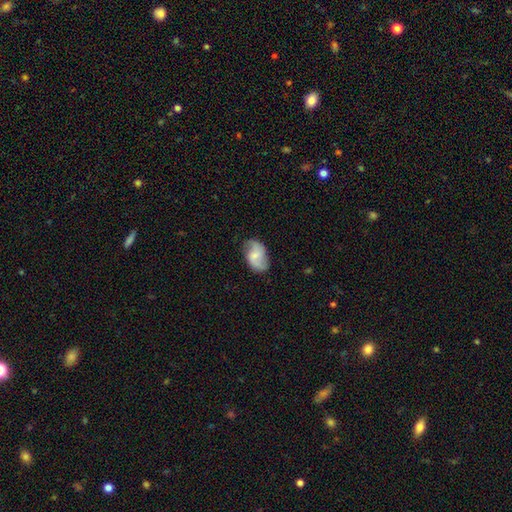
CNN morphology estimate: A featured or disk galaxy (61%) with a weak bar (46%), 2 (87%) loose (50%) spiral arms (91%) and a small central bulge (48%).

Vote fractions:
- Smooth or featured? featured or disk: 61% / smooth: 32% / star or artifact: 7%
- Edge-on disk? no: 97% / yes: 3%
- Bar? weak: 46% / no: 43% / strong: 11%
- Spiral arms? yes: 91% / no: 9%
- Spiral winding? loose: 50% / medium: 38% / tight: 12%
- Spiral arm count? 2: 87% / can't tell: 6% / 1: 3% / 3: 2% / 4: 1% / more than 4: 1%
- Bulge size? small: 48% / moderate: 32% / none: 15% / large: 4% / dominant: 1%
- Merging? none: 71% / minor disturbance: 21% / major disturbance: 7% / merger: 1%